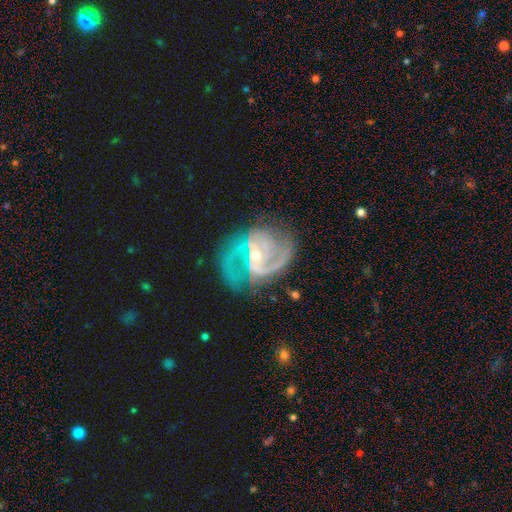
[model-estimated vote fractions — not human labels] Q: Smooth or featured?
A: featured or disk (90%); runner-up: star or artifact (5%)
Q: Edge-on disk?
A: no (98%); runner-up: yes (2%)
Q: Bar?
A: weak (44%); runner-up: no (36%)
Q: Spiral arms?
A: yes (97%); runner-up: no (3%)
Q: Spiral winding?
A: medium (56%); runner-up: loose (23%)
Q: Spiral arm count?
A: 2 (78%); runner-up: 3 (8%)
Q: Bulge size?
A: small (62%); runner-up: moderate (35%)
Q: Merging?
A: none (60%); runner-up: minor disturbance (20%)